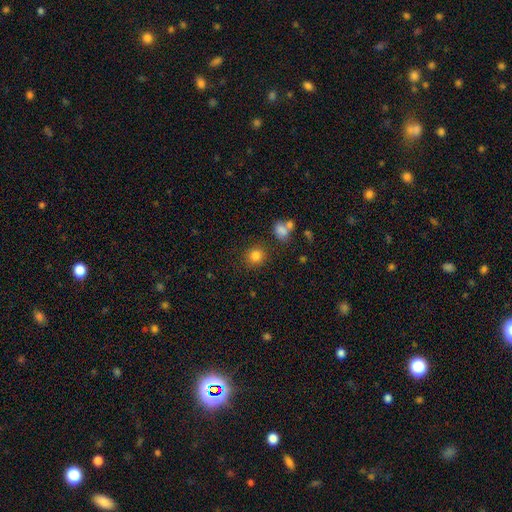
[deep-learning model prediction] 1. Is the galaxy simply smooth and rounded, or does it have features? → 82% smooth, 12% star or artifact, 6% featured or disk.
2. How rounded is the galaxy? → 84% round, 15% in between, 1% cigar-shaped.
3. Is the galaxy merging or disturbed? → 82% none, 9% minor disturbance, 5% merger, 4% major disturbance.